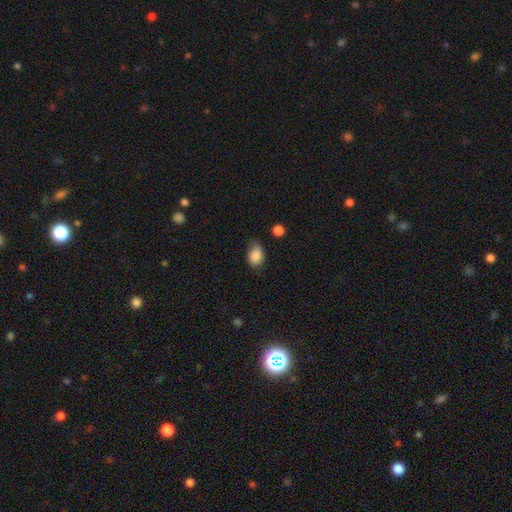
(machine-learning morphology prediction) This is clearly a smooth galaxy (85%). How rounded: likely in between (74%). Merging: possibly none (54%).